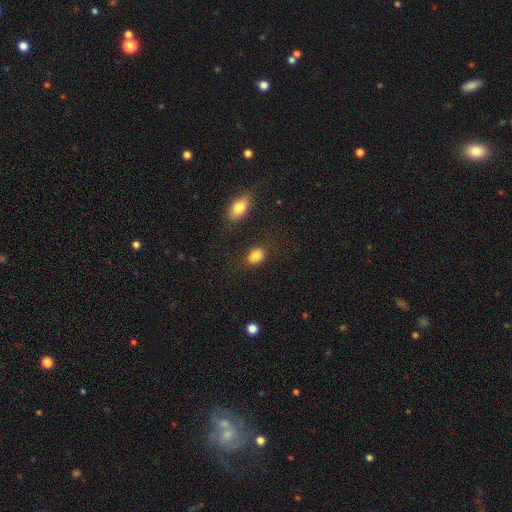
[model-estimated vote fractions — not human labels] A smooth galaxy with no disk features (84%) that is in between round and cigar-shaped (69%). Merging: none (70%).